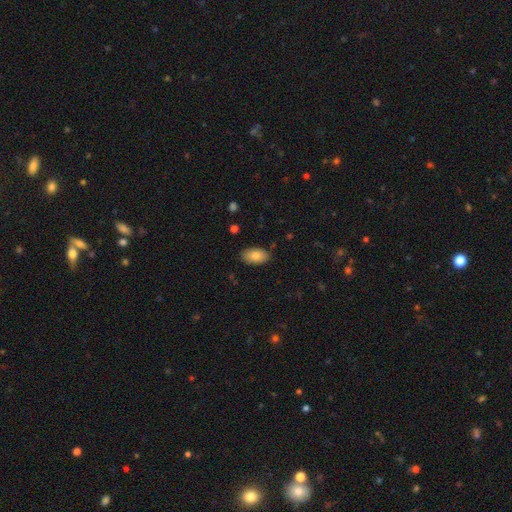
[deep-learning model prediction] Smooth or featured?
  - smooth: 83% *
  - featured or disk: 10%
  - star or artifact: 7%
How rounded?
  - in between: 94% *
  - round: 4%
  - cigar-shaped: 2%
Merging?
  - none: 86% *
  - minor disturbance: 11%
  - major disturbance: 2%
  - merger: 1%